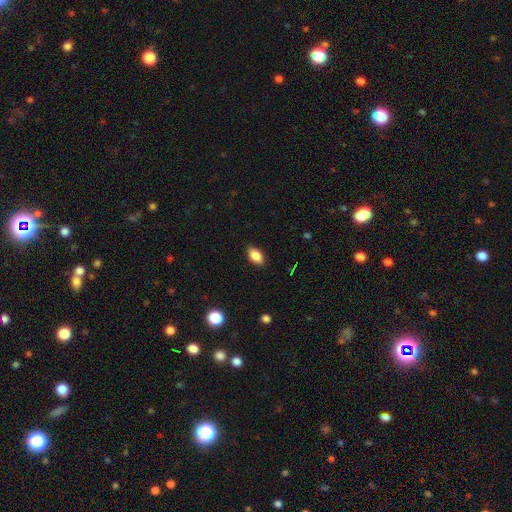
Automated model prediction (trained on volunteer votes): A smooth galaxy with no disk features (86%) that is in between round and cigar-shaped (91%). Merging: none (88%).